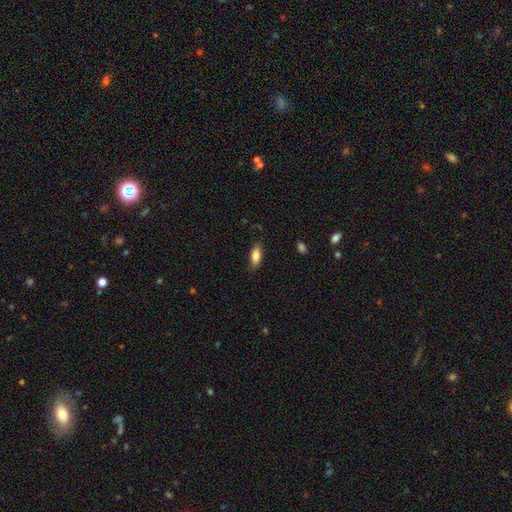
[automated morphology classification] This is clearly a smooth galaxy (83%). How rounded: clearly in between (81%). Merging: clearly none (82%).